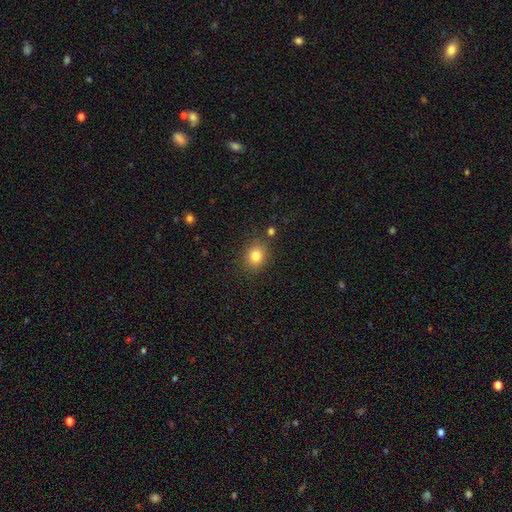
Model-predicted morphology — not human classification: smooth_or_featured: smooth (p=0.83) [alt: star or artifact p=0.11]
how_rounded: round (p=0.65) [alt: in between p=0.34]
merging: none (p=0.83) [alt: minor disturbance p=0.10]